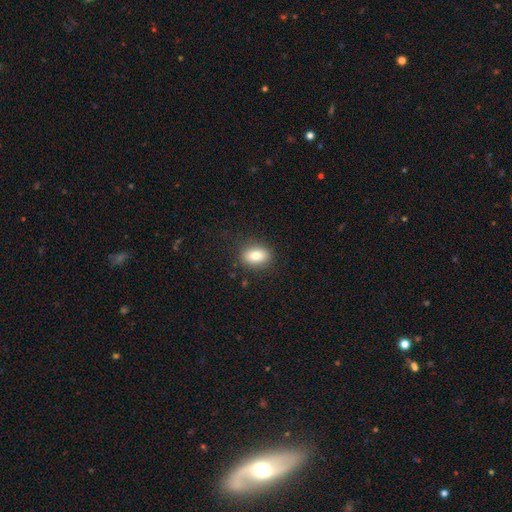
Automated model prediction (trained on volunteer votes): Smooth or featured: smooth — 82% (featured or disk — 9%)
How rounded: in between — 75% (round — 23%)
Merging: none — 86% (minor disturbance — 10%)